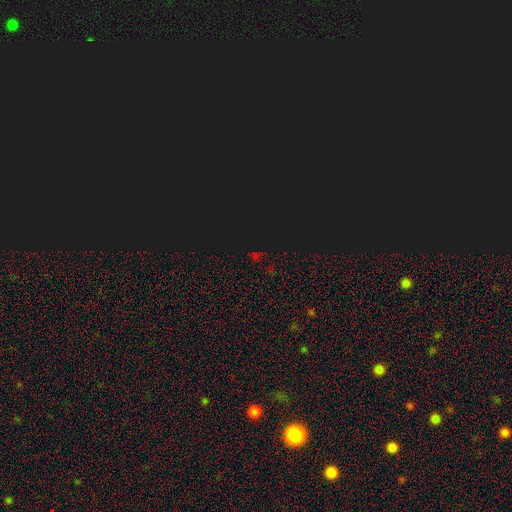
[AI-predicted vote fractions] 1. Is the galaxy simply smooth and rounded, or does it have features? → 78% star or artifact, 15% smooth, 7% featured or disk.